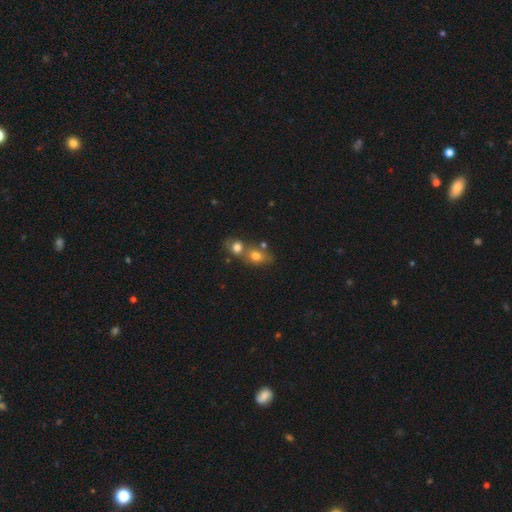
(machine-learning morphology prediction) This appears to be a smooth galaxy with no disk features (74%) that is in between round and cigar-shaped (59%). Merging: merger (57%).